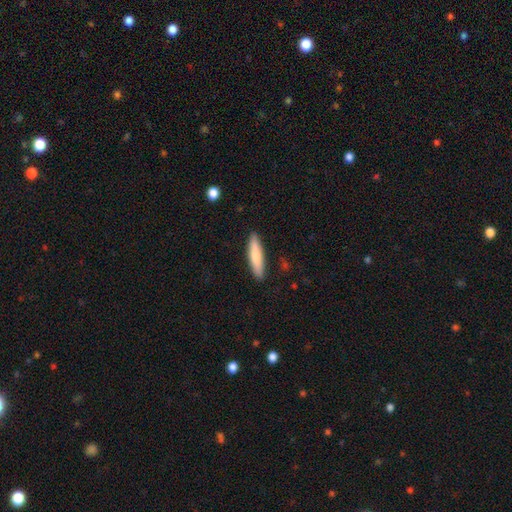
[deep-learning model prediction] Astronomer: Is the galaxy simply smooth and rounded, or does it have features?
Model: smooth — 76%.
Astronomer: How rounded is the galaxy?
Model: cigar-shaped — 82%.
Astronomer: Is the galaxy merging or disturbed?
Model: none — 90%.